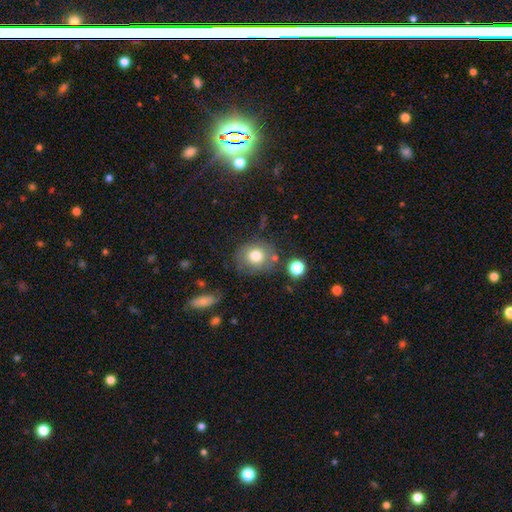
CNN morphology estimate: Smooth or featured?
  - smooth: 73% *
  - featured or disk: 17%
  - star or artifact: 10%
How rounded?
  - round: 74% *
  - in between: 25%
  - cigar-shaped: 1%
Merging?
  - none: 67% *
  - minor disturbance: 18%
  - merger: 8%
  - major disturbance: 7%